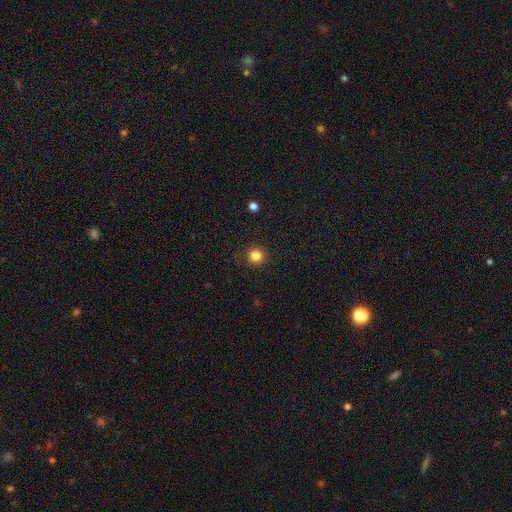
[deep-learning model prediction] smooth 84%, star or artifact 12%, featured or disk 4%. Down the decision tree: how rounded — round (94%); merging — none (91%).